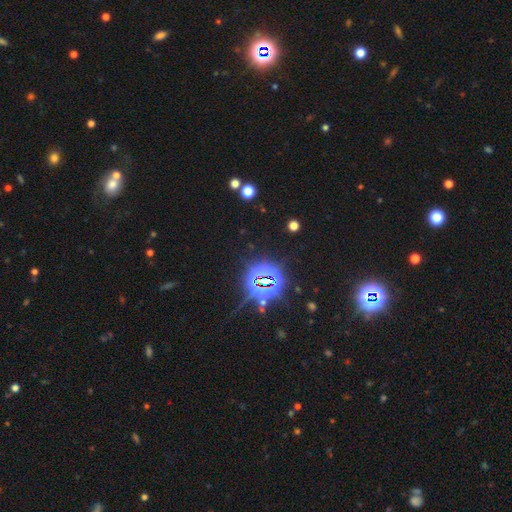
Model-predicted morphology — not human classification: A star or artifact, not a galaxy (84%).

Vote fractions:
- Smooth or featured? star or artifact: 84% / smooth: 9% / featured or disk: 7%